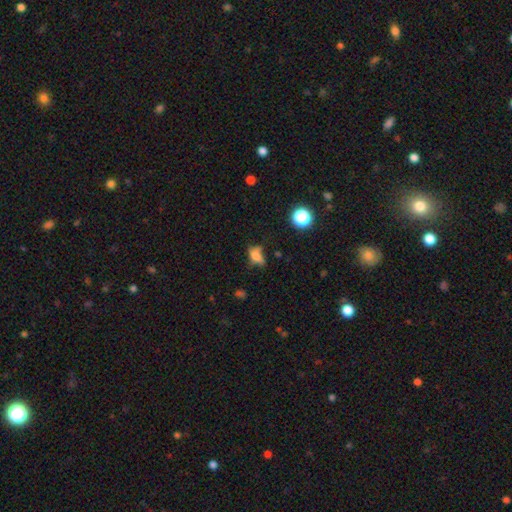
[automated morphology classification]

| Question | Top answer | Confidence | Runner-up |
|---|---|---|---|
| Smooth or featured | smooth | 64% | featured or disk (20%) |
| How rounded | in between | 78% | round (14%) |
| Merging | none | 37% | minor disturbance (31%) |